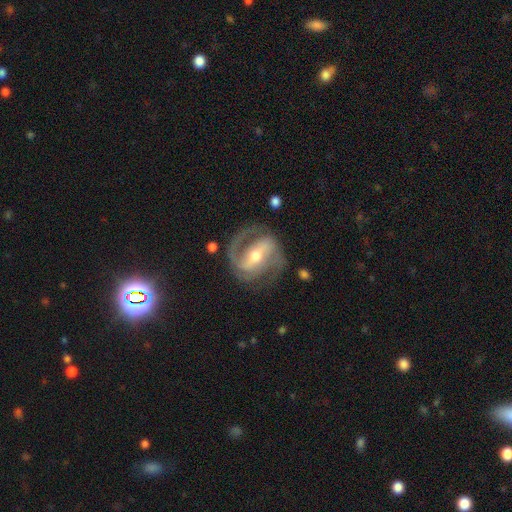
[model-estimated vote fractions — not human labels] A featured or disk galaxy (89%) with a strong bar (55%), 2 (86%) medium (54%) spiral arms (96%) and a moderate central bulge (64%).

Vote fractions:
- Smooth or featured? featured or disk: 89% / smooth: 6% / star or artifact: 5%
- Edge-on disk? no: 97% / yes: 3%
- Bar? strong: 55% / weak: 32% / no: 13%
- Spiral arms? yes: 96% / no: 4%
- Spiral winding? medium: 54% / tight: 29% / loose: 17%
- Spiral arm count? 2: 86% / 1: 4% / 3: 4% / can't tell: 4% / 4: 1% / more than 4: 1%
- Bulge size? moderate: 64% / small: 30% / large: 4% / none: 1% / dominant: 1%
- Merging? none: 74% / minor disturbance: 15% / major disturbance: 9% / merger: 2%